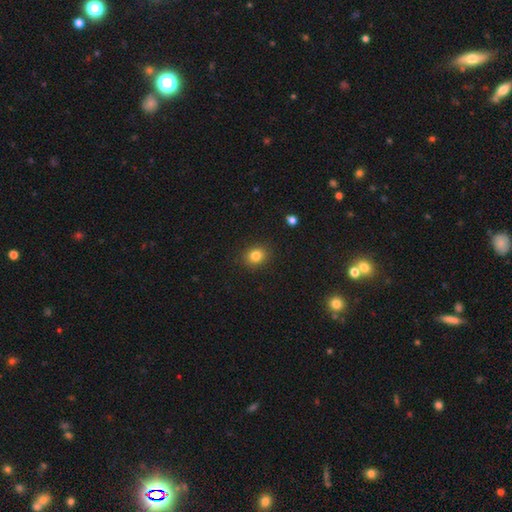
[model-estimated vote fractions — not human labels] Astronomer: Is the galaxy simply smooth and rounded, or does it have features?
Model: smooth — 83%.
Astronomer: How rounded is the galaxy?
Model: round — 69%.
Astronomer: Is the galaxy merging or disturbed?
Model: none — 89%.